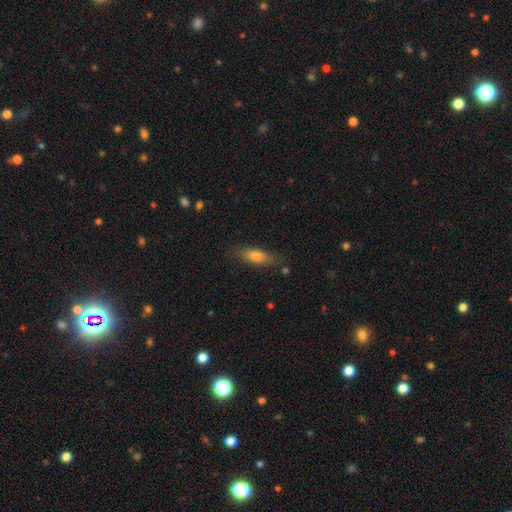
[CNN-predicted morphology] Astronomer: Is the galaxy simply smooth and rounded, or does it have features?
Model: smooth — 71%.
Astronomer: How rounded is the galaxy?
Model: in between — 55% (runner-up: cigar-shaped, 42%).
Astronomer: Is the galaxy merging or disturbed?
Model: none — 80%.